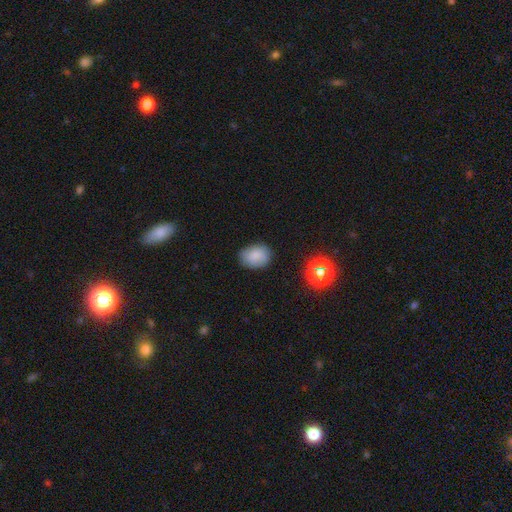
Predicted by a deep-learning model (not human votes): Morphology: type=smooth (79%); roundness=in between (60%); merging=none (80%).